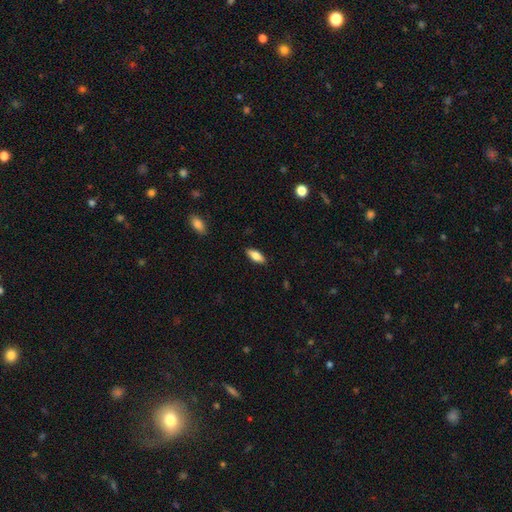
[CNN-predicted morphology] Smooth or featured: smooth — 78% (featured or disk — 15%)
How rounded: in between — 79% (cigar-shaped — 19%)
Merging: none — 88% (minor disturbance — 9%)